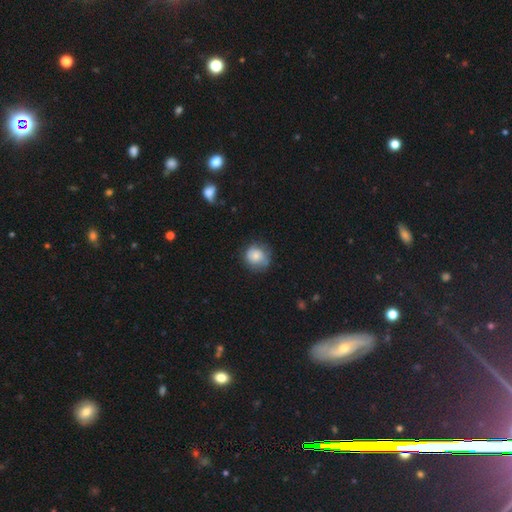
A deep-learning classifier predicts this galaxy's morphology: A smooth galaxy with no disk features (75%) that is round (86%).

Vote fractions:
- Smooth or featured? smooth: 75% / featured or disk: 16% / star or artifact: 8%
- How rounded? round: 86% / in between: 13% / cigar-shaped: 1%
- Merging? none: 68% / minor disturbance: 24% / major disturbance: 7% / merger: 2%